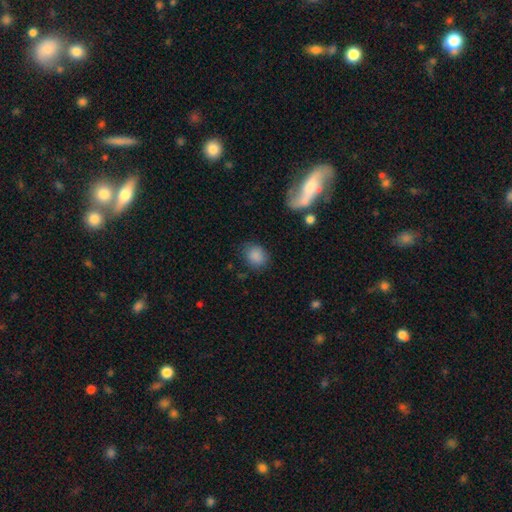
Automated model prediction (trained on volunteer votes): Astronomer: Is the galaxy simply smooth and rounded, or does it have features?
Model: smooth — 86%.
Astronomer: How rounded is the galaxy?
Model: round — 57% (runner-up: in between, 42%).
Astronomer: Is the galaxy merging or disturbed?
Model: none — 77%.